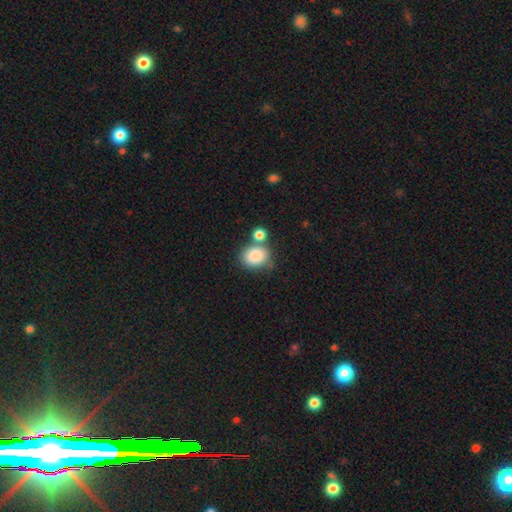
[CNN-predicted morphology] Smooth or featured? smooth (86%)
How rounded? round (52%)
Merging? none (53%)